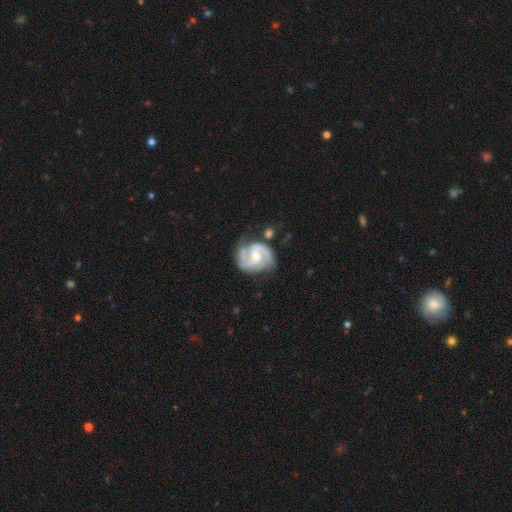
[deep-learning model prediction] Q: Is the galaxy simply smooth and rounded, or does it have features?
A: featured or disk — 89%.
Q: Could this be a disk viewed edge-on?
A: no — 98%.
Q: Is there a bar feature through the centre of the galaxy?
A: weak — 52%.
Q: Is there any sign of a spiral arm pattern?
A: yes — 97%.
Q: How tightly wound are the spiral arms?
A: medium — 54%.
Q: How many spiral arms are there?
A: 2 — 82%.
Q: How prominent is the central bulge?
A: moderate — 60%.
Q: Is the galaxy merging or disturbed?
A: none — 65%.